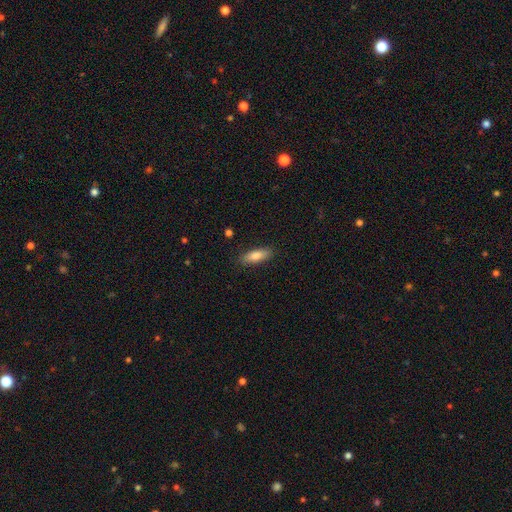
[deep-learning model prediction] Overall: smooth (81%). How rounded: in between (62%; cigar-shaped 36%). Merging: none (87%).